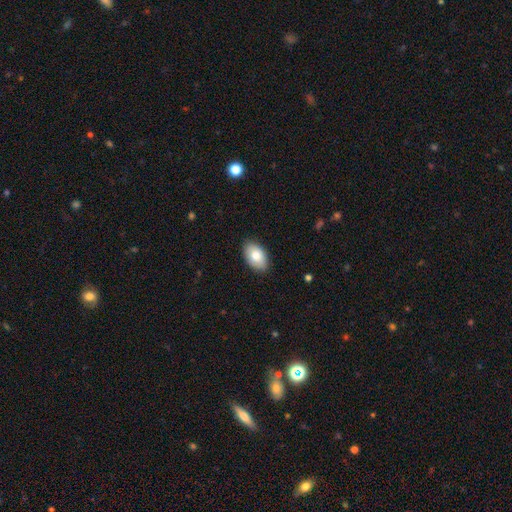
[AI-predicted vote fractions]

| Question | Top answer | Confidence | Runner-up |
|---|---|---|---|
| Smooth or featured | smooth | 81% | featured or disk (13%) |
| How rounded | in between | 93% | round (6%) |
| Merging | none | 87% | minor disturbance (10%) |